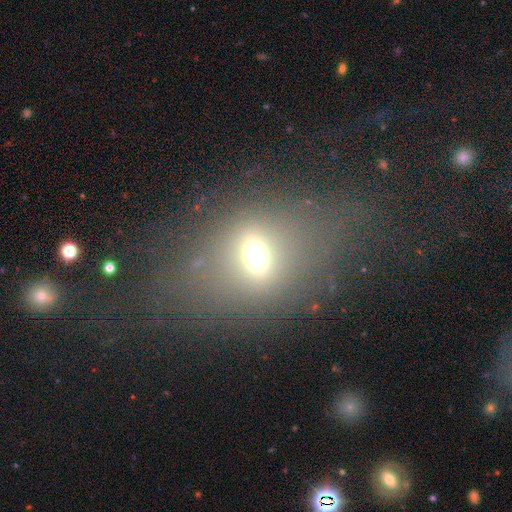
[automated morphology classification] Smooth or featured: smooth — 57% (star or artifact — 23%)
How rounded: in between — 62% (round — 34%)
Merging: none — 62% (minor disturbance — 15%)